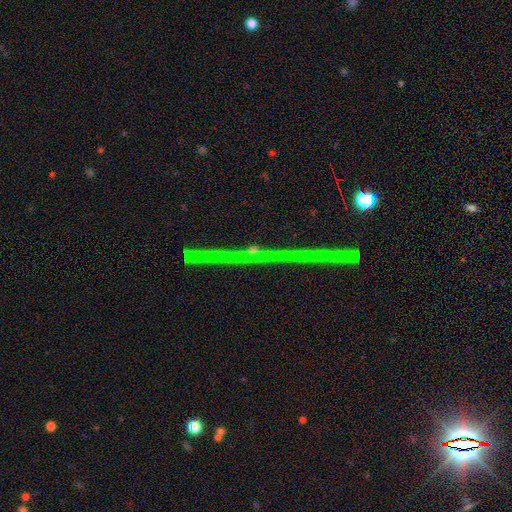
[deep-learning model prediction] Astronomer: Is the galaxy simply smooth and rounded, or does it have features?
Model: star or artifact — 63%.